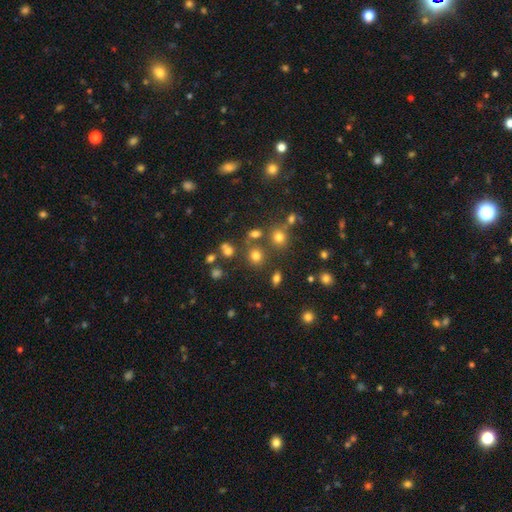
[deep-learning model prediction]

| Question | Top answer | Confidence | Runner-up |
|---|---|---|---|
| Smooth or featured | smooth | 71% | star or artifact (20%) |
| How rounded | round | 83% | in between (16%) |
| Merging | none | 72% | merger (14%) |